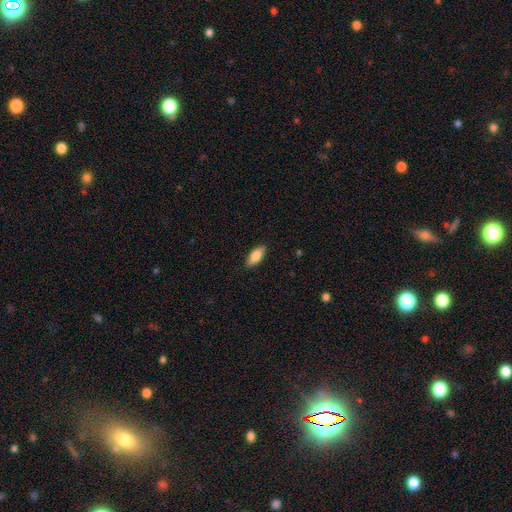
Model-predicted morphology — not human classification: smooth 83%, featured or disk 11%, star or artifact 6%. Down the decision tree: how rounded — in between (77%); merging — none (88%).